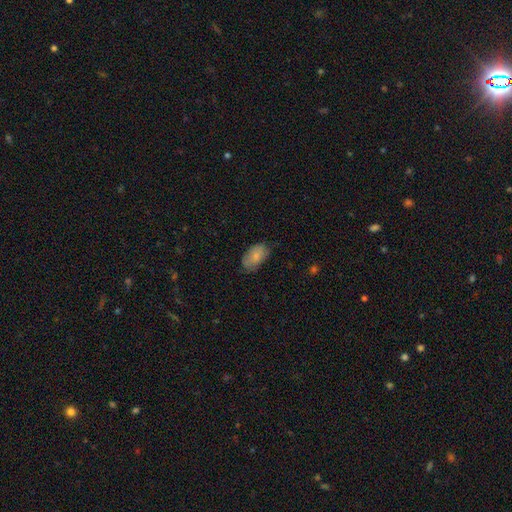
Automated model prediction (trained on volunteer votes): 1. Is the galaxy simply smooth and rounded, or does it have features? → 81% smooth, 12% featured or disk, 7% star or artifact.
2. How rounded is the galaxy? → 93% in between, 5% round, 2% cigar-shaped.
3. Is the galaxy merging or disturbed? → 72% none, 22% minor disturbance, 5% major disturbance, 1% merger.